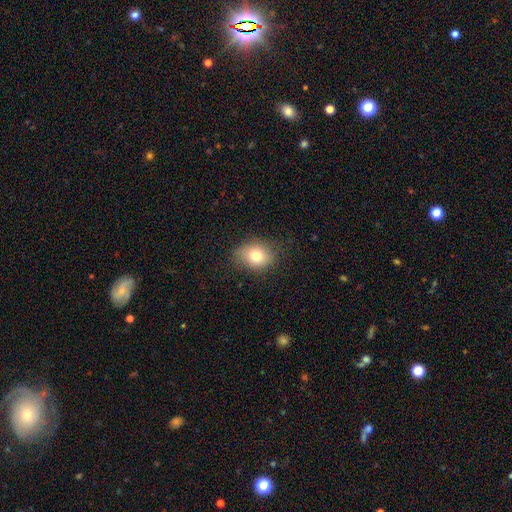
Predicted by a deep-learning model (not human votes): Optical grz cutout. It shows a smooth galaxy with no disk features (76%) that is in between round and cigar-shaped (57%). Merging: none (80%).